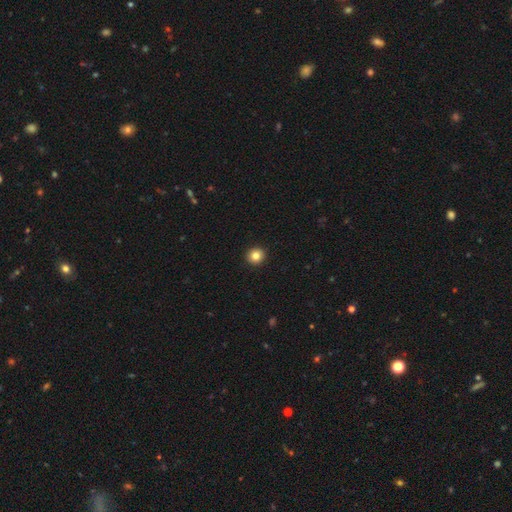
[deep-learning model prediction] This appears to be a smooth galaxy with no disk features (84%) that is round (93%). Merging: none (94%).